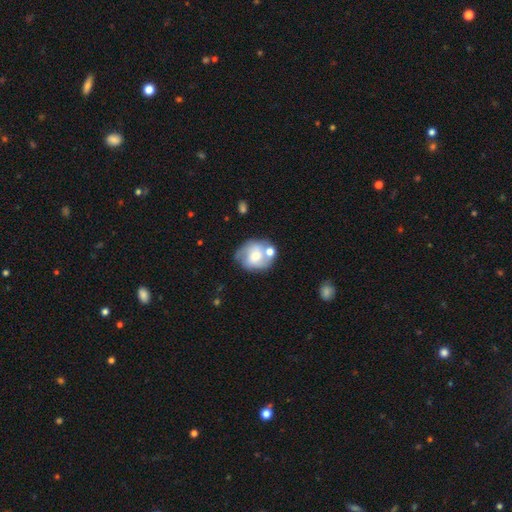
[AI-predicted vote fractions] Smooth or featured? Predicted: featured or disk (p=0.46). Merging? Predicted: none (p=0.47).